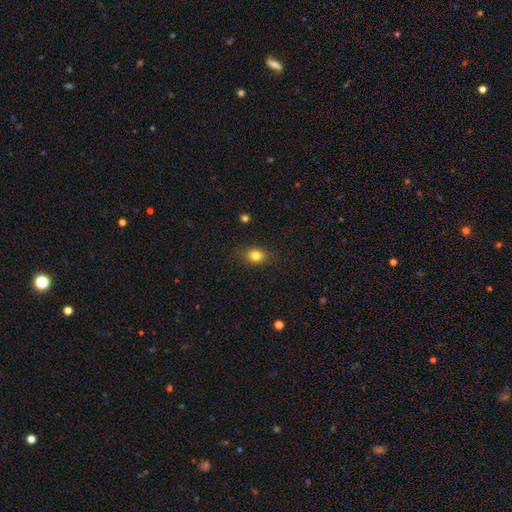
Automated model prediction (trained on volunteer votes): The model was most divided on "how rounded": in between: 61%, round: 37%, cigar-shaped: 2%. More confident: merging — none (83%); smooth or featured — smooth (80%).